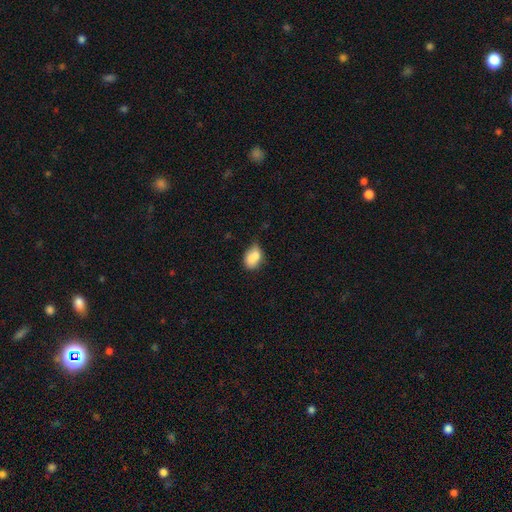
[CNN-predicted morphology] This is clearly a smooth galaxy (80%). How rounded: likely in between (78%). Merging: marginally none (41%).